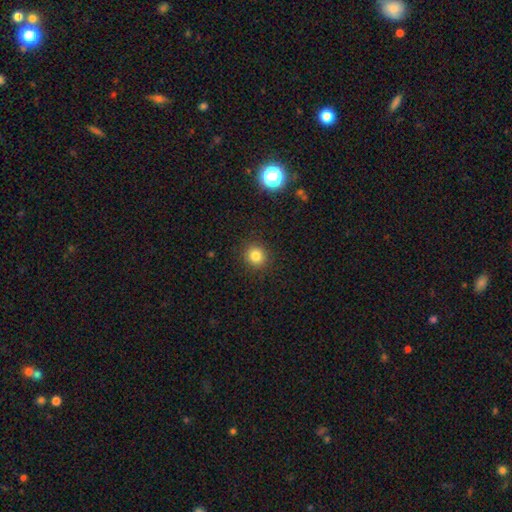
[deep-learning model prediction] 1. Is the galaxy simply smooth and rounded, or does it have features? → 81% smooth, 13% star or artifact, 6% featured or disk.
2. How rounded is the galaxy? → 89% round, 10% in between, 1% cigar-shaped.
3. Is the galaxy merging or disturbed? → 90% none, 6% minor disturbance, 2% major disturbance, 1% merger.